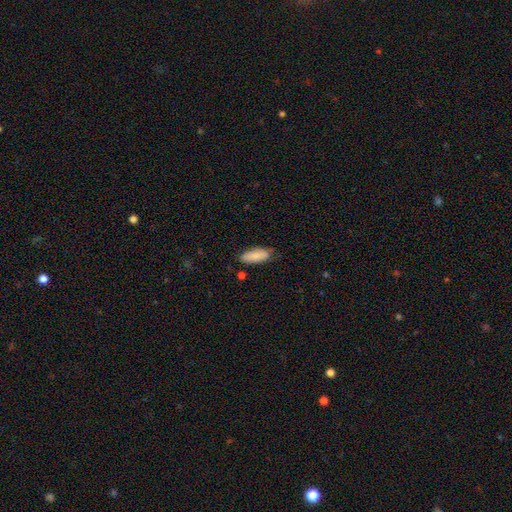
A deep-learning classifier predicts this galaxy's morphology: Smooth or featured: smooth — 80% (featured or disk — 13%)
How rounded: in between — 78% (cigar-shaped — 20%)
Merging: none — 74% (minor disturbance — 20%)